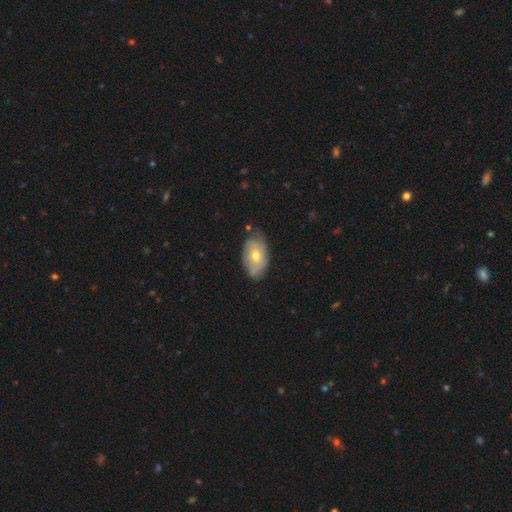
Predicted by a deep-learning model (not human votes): Smooth or featured: smooth — 52% (featured or disk — 41%)
How rounded: in between — 90% (round — 8%)
Merging: none — 64% (minor disturbance — 28%)